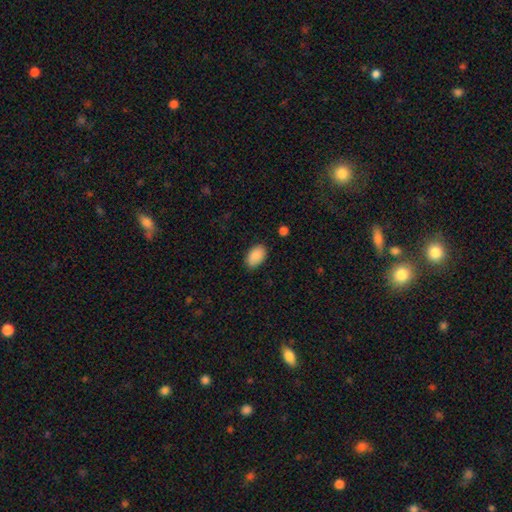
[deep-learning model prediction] smooth-or-featured: smooth: 90% | star or artifact: 7% | featured or disk: 4%
  how-rounded: in between: 92% | round: 7% | cigar-shaped: 1%
  merging: none: 85% | minor disturbance: 11% | major disturbance: 2% | merger: 1%